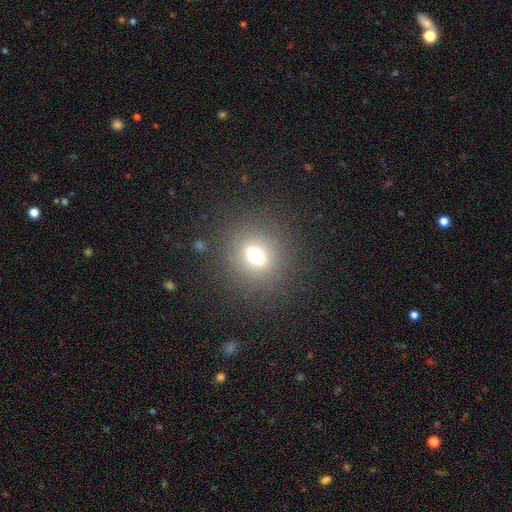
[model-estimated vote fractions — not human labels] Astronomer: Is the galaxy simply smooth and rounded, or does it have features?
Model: smooth — 65%.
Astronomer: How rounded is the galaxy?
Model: round — 64%.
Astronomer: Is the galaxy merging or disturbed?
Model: none — 82%.